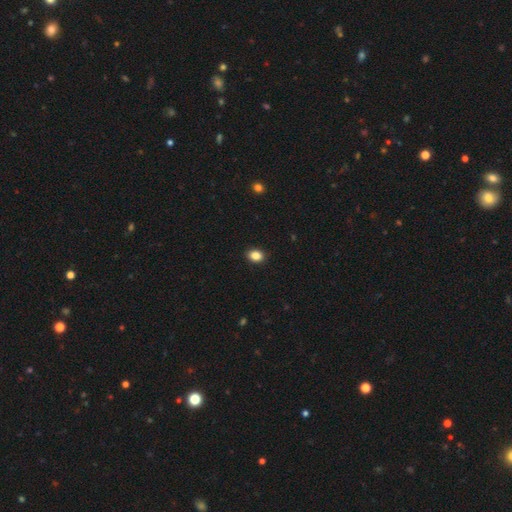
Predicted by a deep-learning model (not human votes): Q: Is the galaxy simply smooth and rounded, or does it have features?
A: smooth — 86%.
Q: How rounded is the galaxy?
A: in between — 63%.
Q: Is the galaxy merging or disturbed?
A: none — 90%.